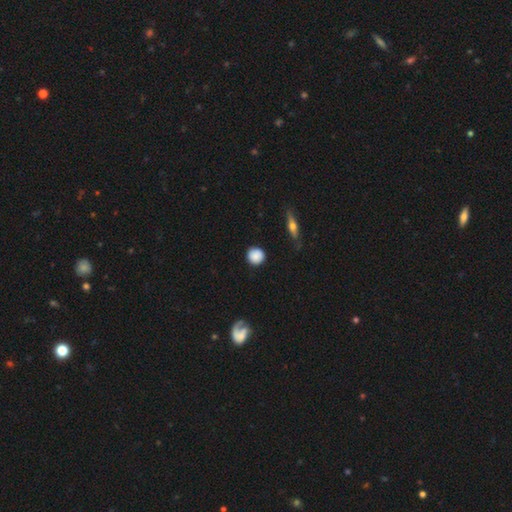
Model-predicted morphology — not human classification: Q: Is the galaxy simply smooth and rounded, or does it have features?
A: smooth — 84%.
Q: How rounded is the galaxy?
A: round — 93%.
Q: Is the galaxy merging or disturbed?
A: none — 88%.